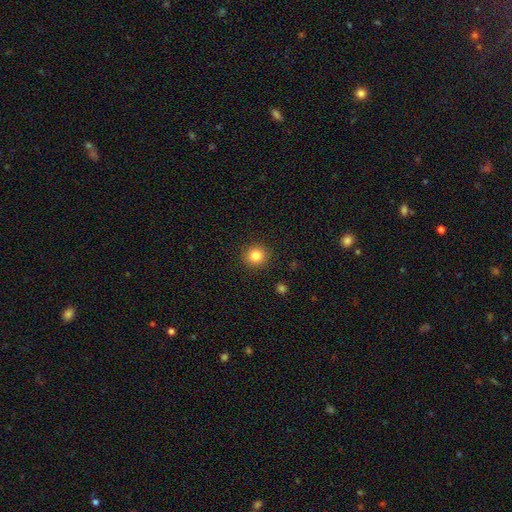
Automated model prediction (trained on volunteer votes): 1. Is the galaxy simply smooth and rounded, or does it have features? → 84% smooth, 11% star or artifact, 5% featured or disk.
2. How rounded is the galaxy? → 90% round, 9% in between, 1% cigar-shaped.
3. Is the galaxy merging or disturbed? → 90% none, 6% minor disturbance, 2% major disturbance, 1% merger.